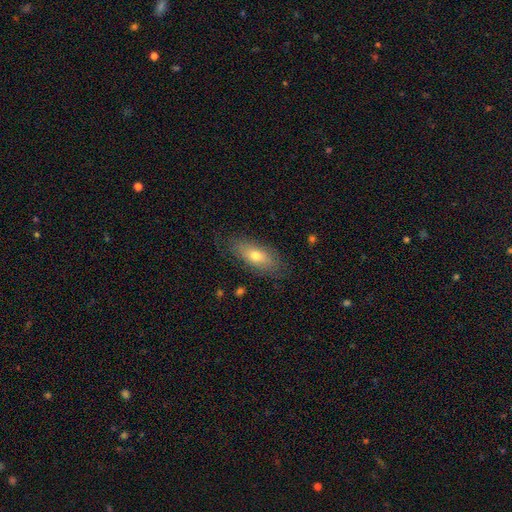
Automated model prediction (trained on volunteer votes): Smooth or featured?
  - smooth: 66% *
  - featured or disk: 26%
  - star or artifact: 7%
How rounded?
  - in between: 80% *
  - cigar-shaped: 17%
  - round: 4%
Merging?
  - none: 78% *
  - minor disturbance: 16%
  - major disturbance: 5%
  - merger: 1%